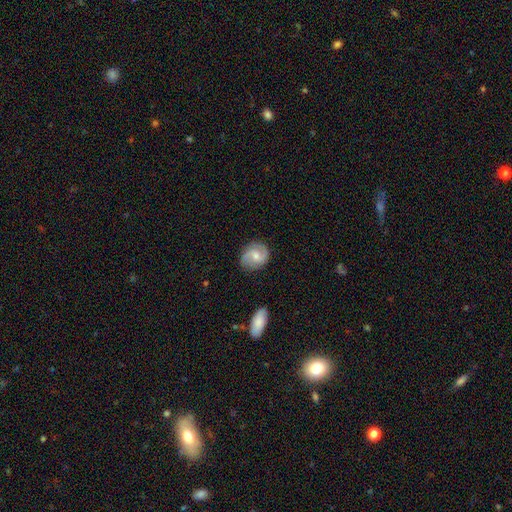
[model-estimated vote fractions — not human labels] Overall: featured or disk (68%). Edge-on disk: no (97%). Bar: no (51%; weak 42%). Spiral arms: yes (93%). Spiral arm count: 2 (86%). Spiral winding: medium (49%; loose 28%). Bulge size: moderate (53%; small 41%). Merging: none (79%).